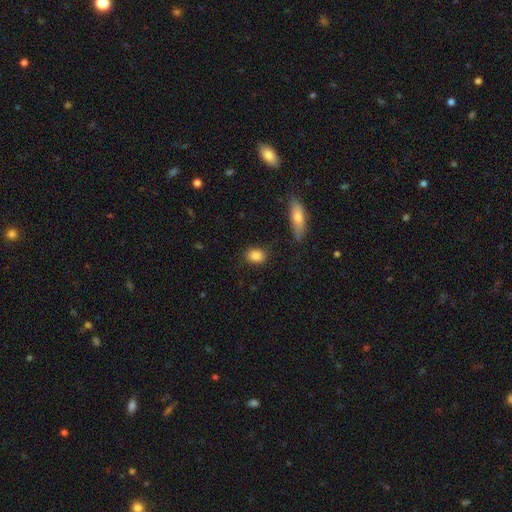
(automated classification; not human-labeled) smooth-or-featured: smooth: 86% | star or artifact: 8% | featured or disk: 5%
  how-rounded: in between: 62% | round: 36% | cigar-shaped: 2%
  merging: none: 84% | minor disturbance: 11% | major disturbance: 3% | merger: 3%